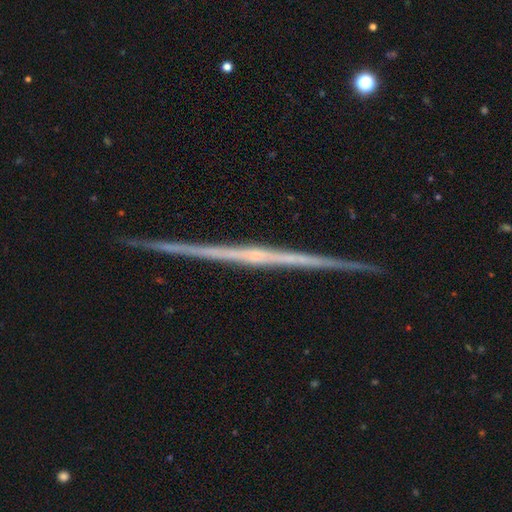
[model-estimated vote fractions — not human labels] Smooth or featured? Predicted: featured or disk (p=0.81). Edge-on disk? Predicted: yes (p=0.98). Edge-on bulge? Predicted: none (p=0.71). Merging? Predicted: none (p=0.91).